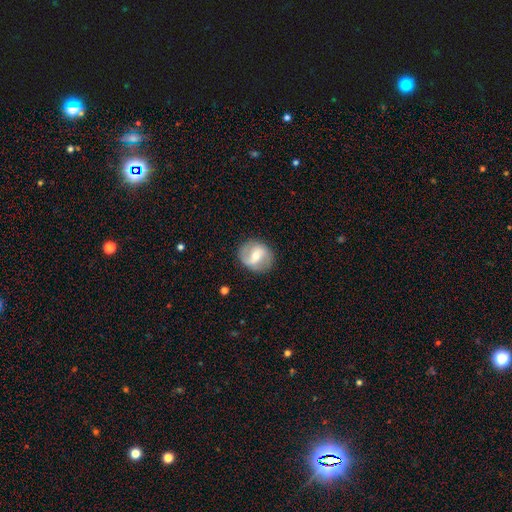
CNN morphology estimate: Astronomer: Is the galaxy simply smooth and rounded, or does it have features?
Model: featured or disk — 70%.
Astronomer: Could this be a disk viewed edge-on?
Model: no — 97%.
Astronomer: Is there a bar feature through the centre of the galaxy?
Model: weak — 45% (runner-up: strong, 33%).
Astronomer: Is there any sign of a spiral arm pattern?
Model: yes — 82%.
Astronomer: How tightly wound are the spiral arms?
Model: medium — 44% (runner-up: loose, 34%).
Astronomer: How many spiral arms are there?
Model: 2 — 86%.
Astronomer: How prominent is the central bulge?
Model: moderate — 56% (runner-up: small, 39%).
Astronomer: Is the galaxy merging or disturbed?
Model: none — 84%.